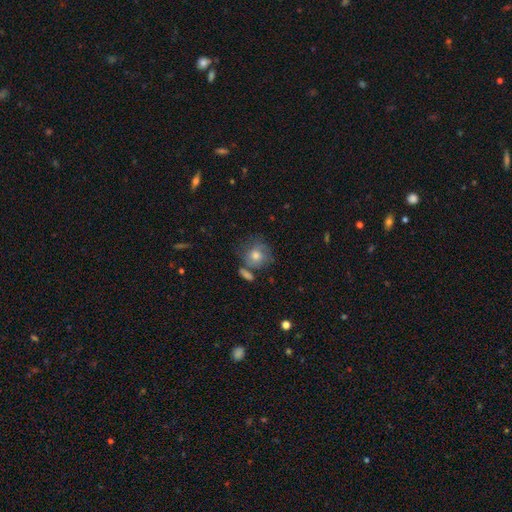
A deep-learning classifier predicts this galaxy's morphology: Q: Smooth or featured?
A: smooth (56%); runner-up: featured or disk (31%)
Q: How rounded?
A: round (84%); runner-up: in between (15%)
Q: Merging?
A: none (61%); runner-up: minor disturbance (19%)